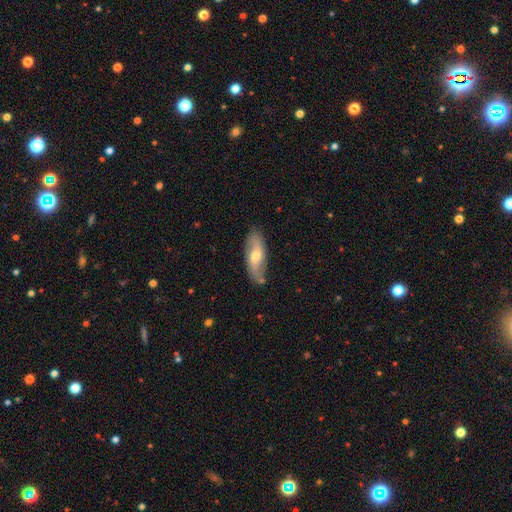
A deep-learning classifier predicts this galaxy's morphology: A featured or disk galaxy (57%). Merging: none (79%).